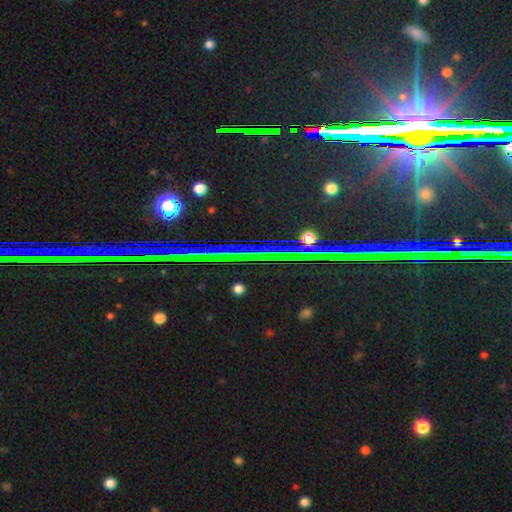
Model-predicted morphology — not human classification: type=star or artifact (87%).